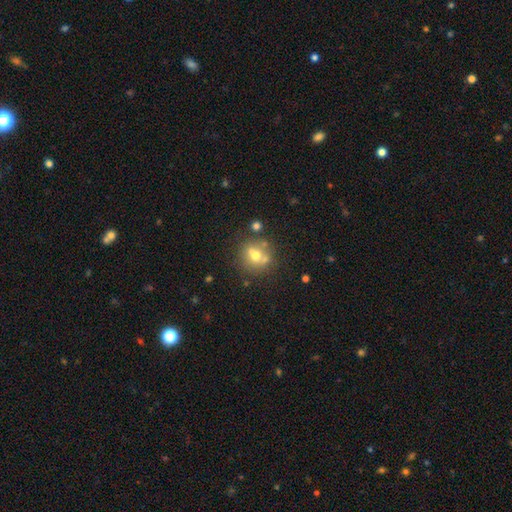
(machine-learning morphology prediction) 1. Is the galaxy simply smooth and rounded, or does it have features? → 59% smooth, 28% featured or disk, 13% star or artifact.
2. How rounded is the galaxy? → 84% round, 15% in between, 1% cigar-shaped.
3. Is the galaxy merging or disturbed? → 64% none, 18% merger, 13% minor disturbance, 5% major disturbance.